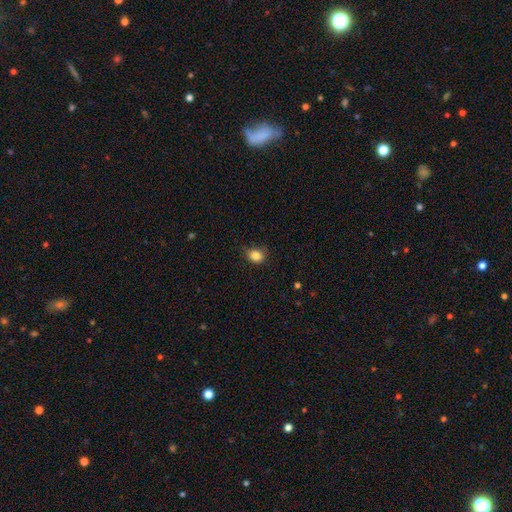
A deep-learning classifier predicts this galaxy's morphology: Q: Smooth or featured?
A: smooth (85%); runner-up: star or artifact (11%)
Q: How rounded?
A: round (57%); runner-up: in between (42%)
Q: Merging?
A: none (80%); runner-up: minor disturbance (16%)